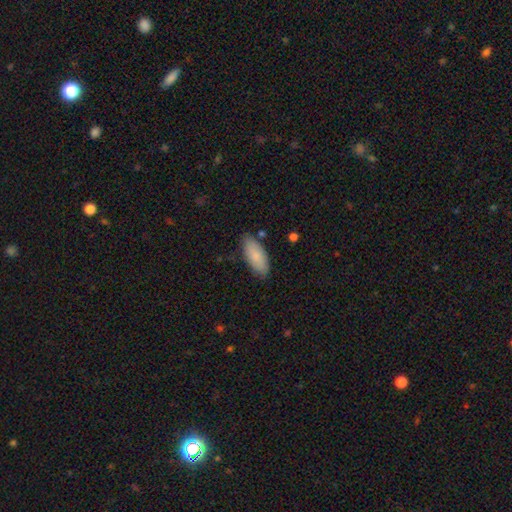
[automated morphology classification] smooth-or-featured: smooth: 85% | featured or disk: 9% | star or artifact: 6%
  how-rounded: in between: 85% | cigar-shaped: 13% | round: 2%
  merging: none: 82% | minor disturbance: 13% | major disturbance: 2% | merger: 2%